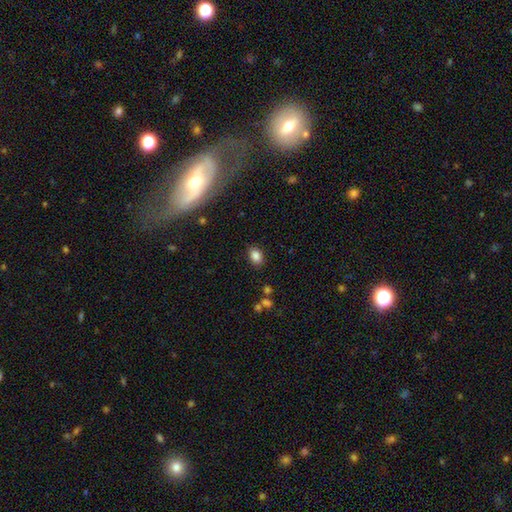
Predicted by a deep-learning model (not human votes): smooth 85%, star or artifact 10%, featured or disk 5%. Down the decision tree: how rounded — in between (82%); merging — none (85%).